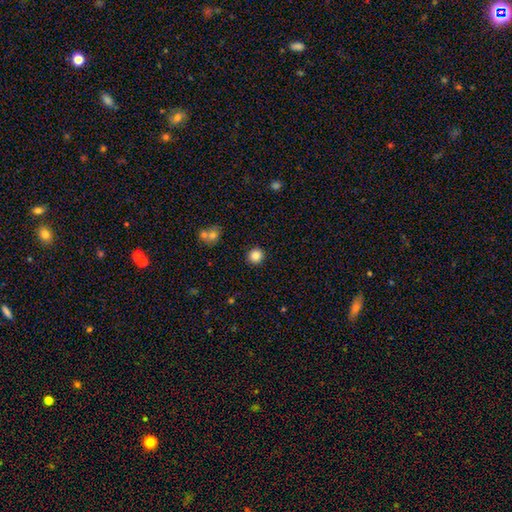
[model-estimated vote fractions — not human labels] smooth 85%, star or artifact 11%, featured or disk 4%. Down the decision tree: how rounded — round (94%); merging — none (91%).